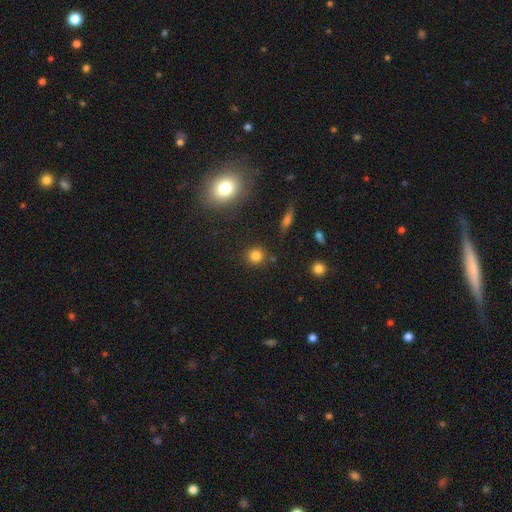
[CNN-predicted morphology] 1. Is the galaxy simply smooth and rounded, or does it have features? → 81% smooth, 13% star or artifact, 5% featured or disk.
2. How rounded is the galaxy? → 89% round, 10% in between, 1% cigar-shaped.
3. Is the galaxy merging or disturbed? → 86% none, 8% minor disturbance, 4% merger, 3% major disturbance.